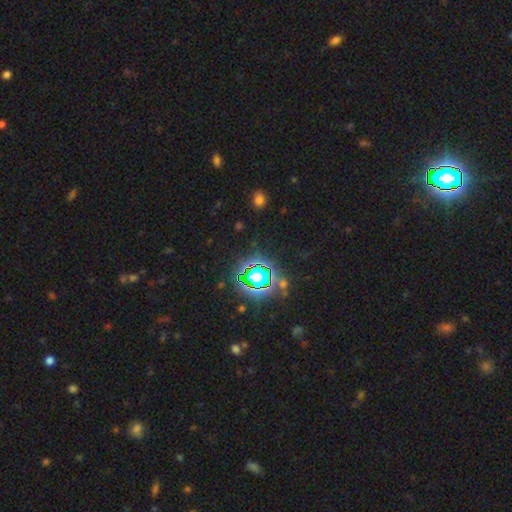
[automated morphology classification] A star or artifact, not a galaxy (81%).

Vote fractions:
- Smooth or featured? star or artifact: 81% / smooth: 12% / featured or disk: 7%